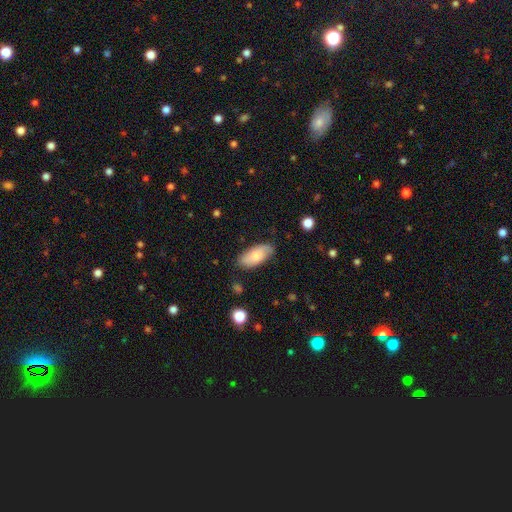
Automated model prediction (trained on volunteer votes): smooth_or_featured: smooth (p=0.73) [alt: featured or disk p=0.21]
how_rounded: in between (p=0.90) [alt: cigar-shaped p=0.08]
merging: none (p=0.79) [alt: minor disturbance p=0.16]